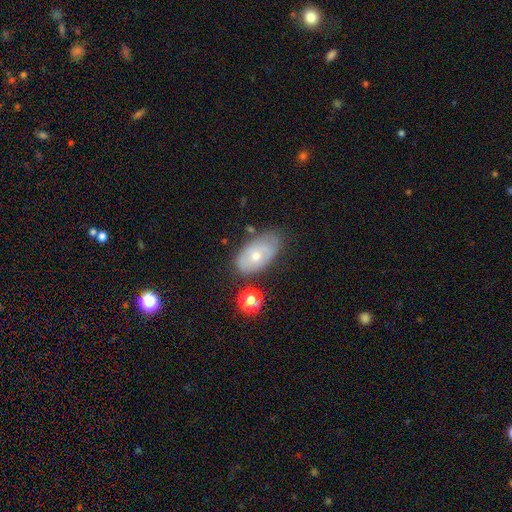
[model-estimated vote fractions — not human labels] Smooth or featured?
  - smooth: 50% *
  - featured or disk: 41%
  - star or artifact: 9%
Merging?
  - none: 60% *
  - minor disturbance: 27%
  - major disturbance: 7%
  - merger: 6%